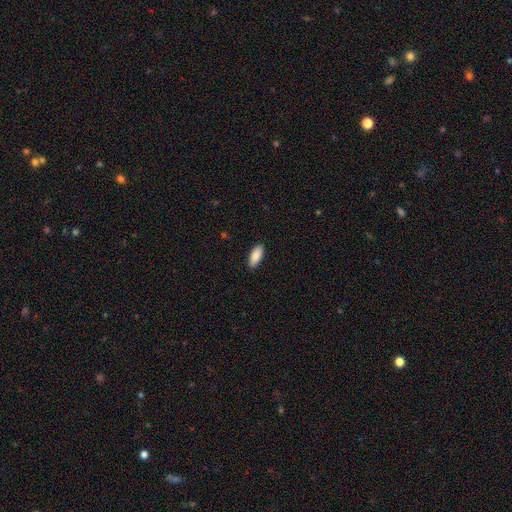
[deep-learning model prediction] Smooth or featured? smooth (87%)
How rounded? in between (83%)
Merging? none (89%)